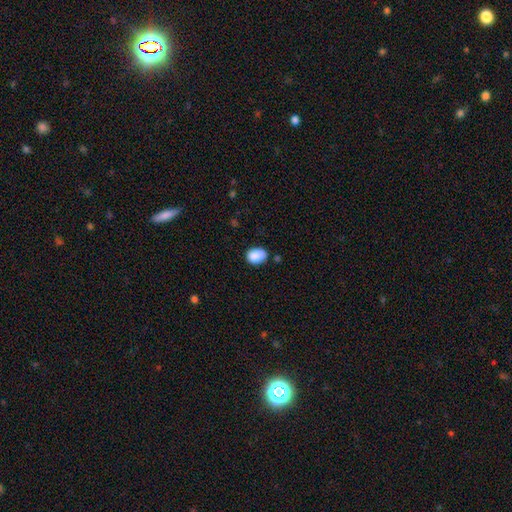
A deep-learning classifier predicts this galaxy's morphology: smooth-or-featured: smooth: 86% | star or artifact: 8% | featured or disk: 6%
  how-rounded: in between: 66% | round: 33% | cigar-shaped: 1%
  merging: none: 66% | minor disturbance: 25% | major disturbance: 5% | merger: 4%